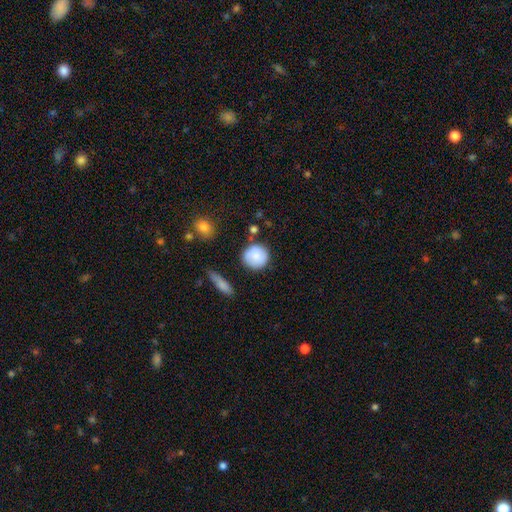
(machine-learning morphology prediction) This is clearly a smooth galaxy (83%). How rounded: clearly round (91%). Merging: likely none (79%).